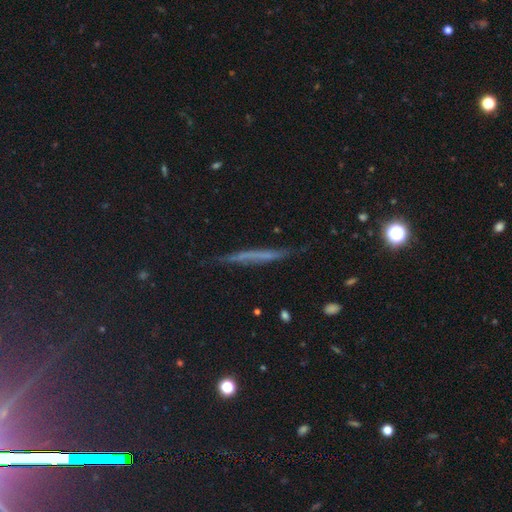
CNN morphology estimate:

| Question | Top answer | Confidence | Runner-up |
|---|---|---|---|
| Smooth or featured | featured or disk | 44% | smooth (39%) |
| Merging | none | 84% | minor disturbance (11%) |